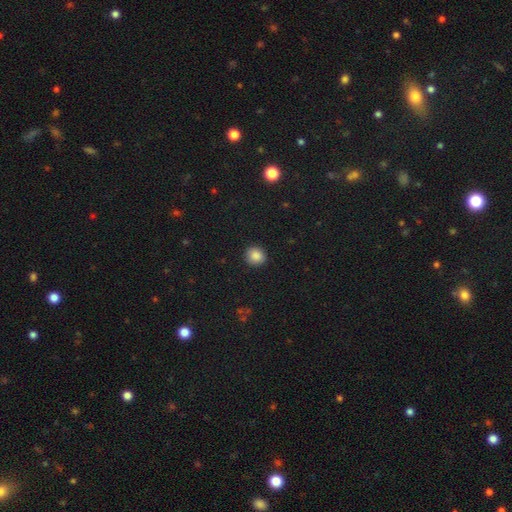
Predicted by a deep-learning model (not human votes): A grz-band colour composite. It shows a smooth galaxy with no disk features (87%) that is round (86%). Merging: none (90%).